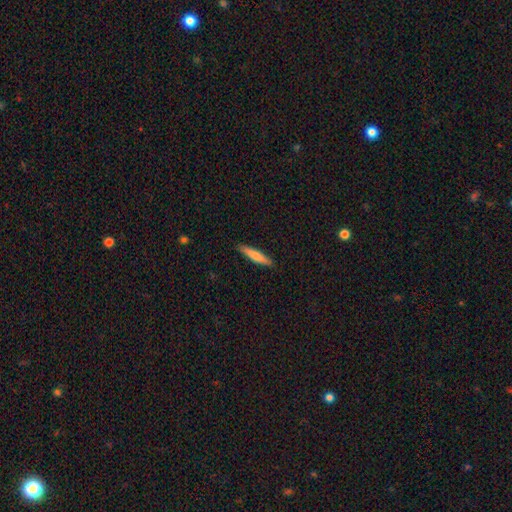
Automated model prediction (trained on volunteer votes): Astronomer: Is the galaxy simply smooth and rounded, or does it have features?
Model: smooth — 71%.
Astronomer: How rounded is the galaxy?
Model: cigar-shaped — 89%.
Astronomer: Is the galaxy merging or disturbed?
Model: none — 90%.